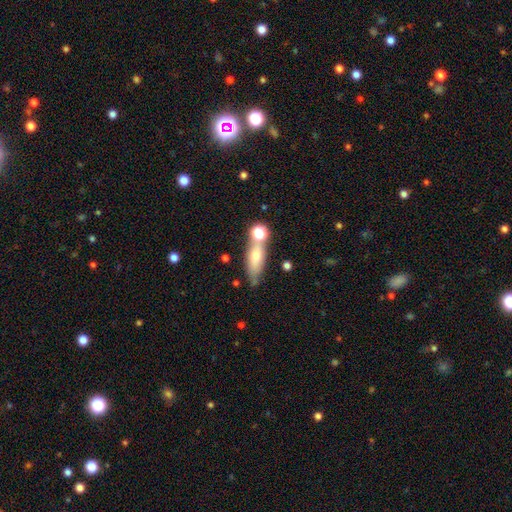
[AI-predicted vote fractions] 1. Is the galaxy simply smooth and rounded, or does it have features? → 62% smooth, 29% featured or disk, 9% star or artifact.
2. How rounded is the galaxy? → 53% in between, 41% cigar-shaped, 6% round.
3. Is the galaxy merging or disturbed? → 57% none, 21% merger, 16% minor disturbance, 6% major disturbance.